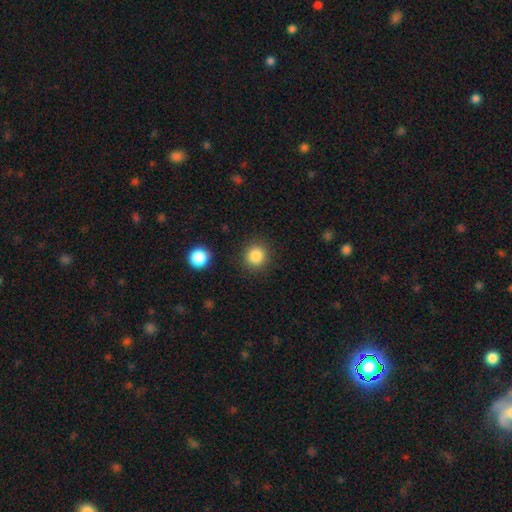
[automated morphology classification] Smooth or featured? Predicted: smooth (p=0.84). How rounded? Predicted: round (p=0.92). Merging? Predicted: none (p=0.88).